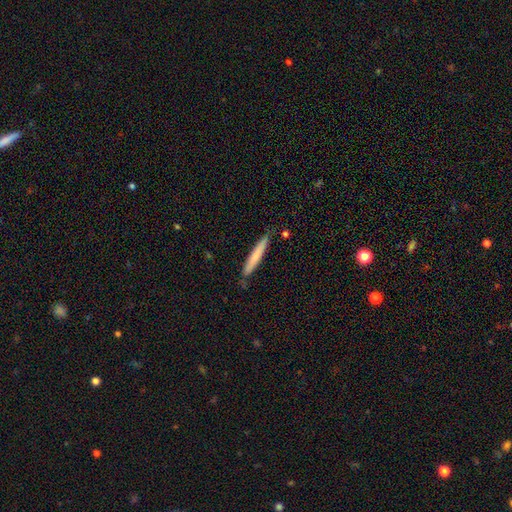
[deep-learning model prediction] A smooth galaxy with no disk features (71%) that is cigar-shaped (96%).

Vote fractions:
- Smooth or featured? smooth: 71% / featured or disk: 23% / star or artifact: 5%
- How rounded? cigar-shaped: 96% / in between: 3% / round: 1%
- Merging? none: 85% / minor disturbance: 11% / merger: 2% / major disturbance: 2%